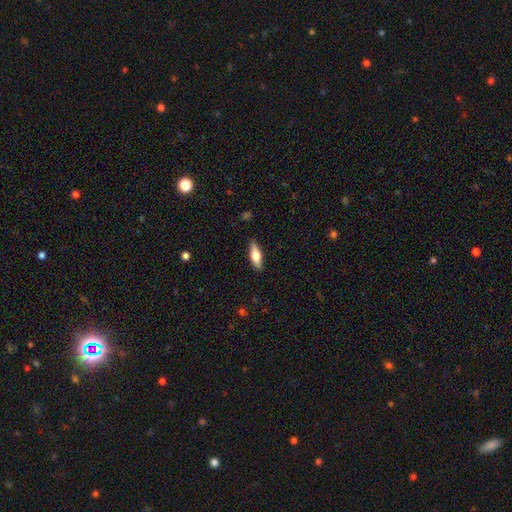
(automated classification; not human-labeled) This appears to be a smooth galaxy with no disk features (62%) that is in between round and cigar-shaped (58%). Merging: none (88%).